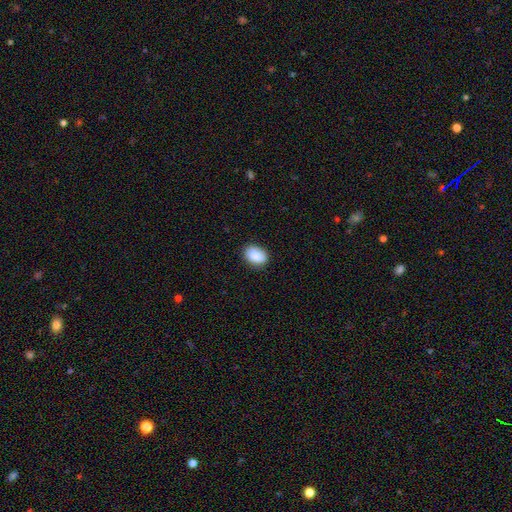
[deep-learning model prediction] A smooth galaxy with no disk features (89%) that is in between round and cigar-shaped (80%). Merging: none (84%).